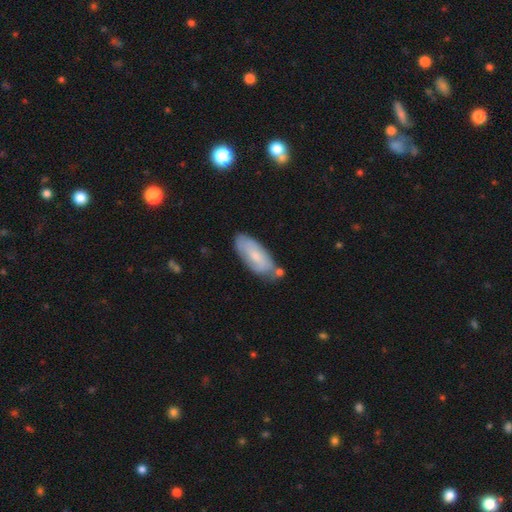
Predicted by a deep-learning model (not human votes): smooth 59%, featured or disk 34%, star or artifact 7%. Down the decision tree: how rounded — in between (81%); merging — none (66%).